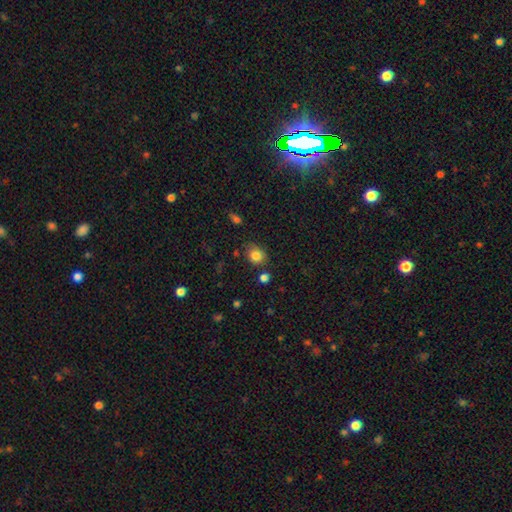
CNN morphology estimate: Overall: smooth (83%). How rounded: round (62%; in between 37%). Merging: none (73%).